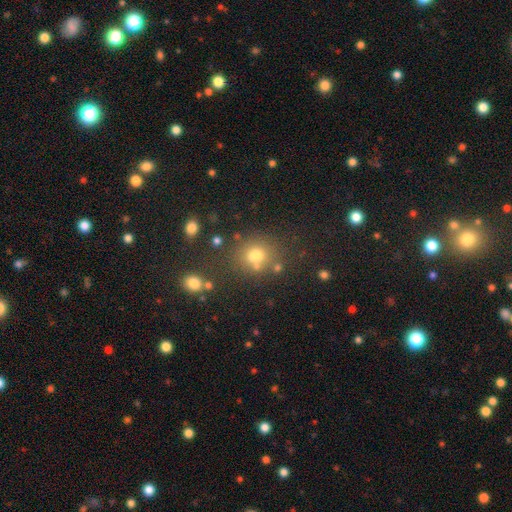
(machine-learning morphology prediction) Smooth or featured? Predicted: smooth (p=0.70). How rounded? Predicted: round (p=0.76). Merging? Predicted: none (p=0.66).